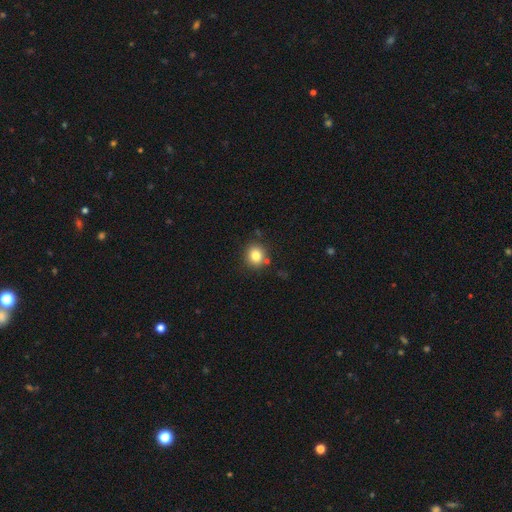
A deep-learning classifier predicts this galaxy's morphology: Smooth or featured?
  - smooth: 82% *
  - star or artifact: 11%
  - featured or disk: 7%
How rounded?
  - round: 85% *
  - in between: 15%
  - cigar-shaped: 1%
Merging?
  - none: 82% *
  - minor disturbance: 9%
  - merger: 6%
  - major disturbance: 3%